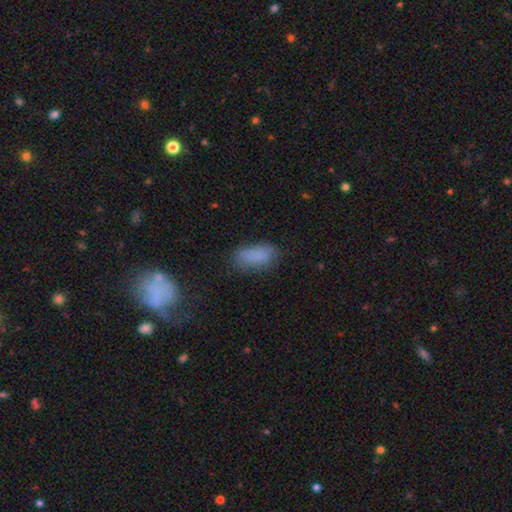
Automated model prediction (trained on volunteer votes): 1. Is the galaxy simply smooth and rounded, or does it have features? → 82% smooth, 9% star or artifact, 8% featured or disk.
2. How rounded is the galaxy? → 85% in between, 12% cigar-shaped, 3% round.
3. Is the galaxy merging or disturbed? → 65% none, 24% minor disturbance, 8% major disturbance, 3% merger.